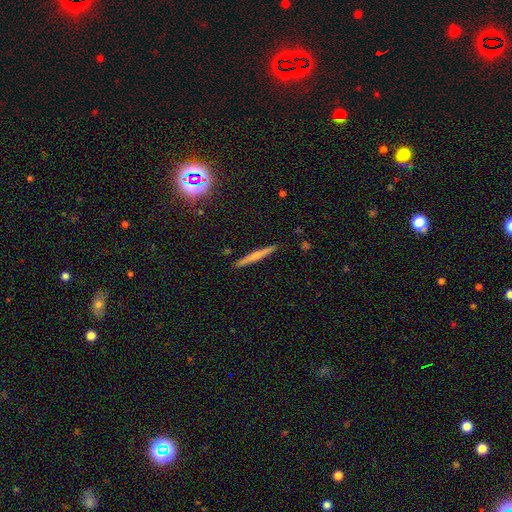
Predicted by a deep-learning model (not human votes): This is possibly a smooth galaxy (50%). Merging: clearly none (91%).